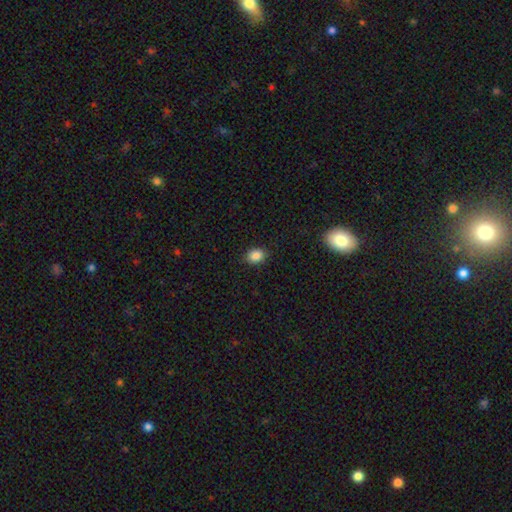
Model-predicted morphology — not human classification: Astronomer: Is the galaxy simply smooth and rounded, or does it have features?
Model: smooth — 86%.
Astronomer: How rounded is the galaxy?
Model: in between — 60% (runner-up: round, 39%).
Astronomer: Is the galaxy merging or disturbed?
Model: none — 89%.